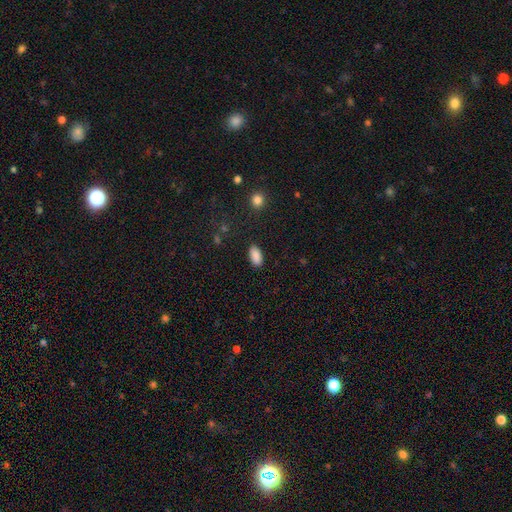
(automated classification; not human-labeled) This appears to be a smooth galaxy with no disk features (89%) that is in between round and cigar-shaped (92%). Merging: none (88%).